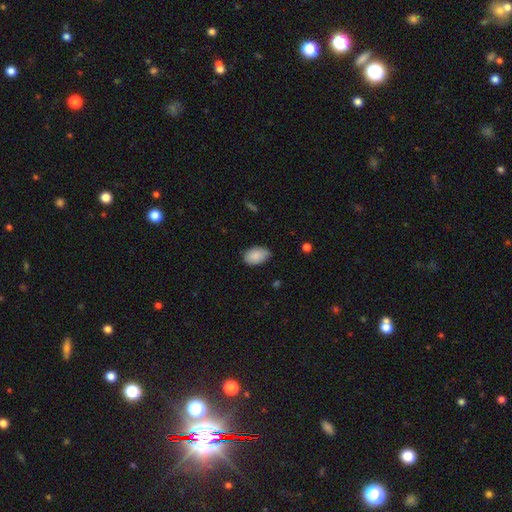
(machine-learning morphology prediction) Smooth or featured? Predicted: smooth (p=0.89). How rounded? Predicted: in between (p=0.92). Merging? Predicted: none (p=0.79).